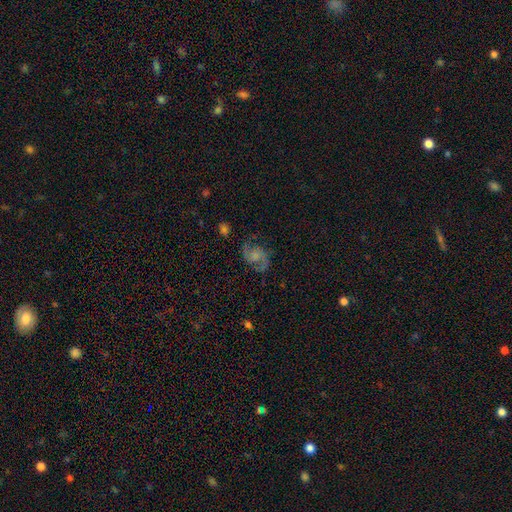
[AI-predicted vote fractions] Smooth or featured? Predicted: featured or disk (p=0.81). Edge-on disk? Predicted: no (p=0.98). Bar? Predicted: no (p=0.62). Spiral arms? Predicted: yes (p=0.96). Spiral winding? Predicted: medium (p=0.51). Spiral arm count? Predicted: 2 (p=0.91). Bulge size? Predicted: small (p=0.33). Merging? Predicted: none (p=0.73).